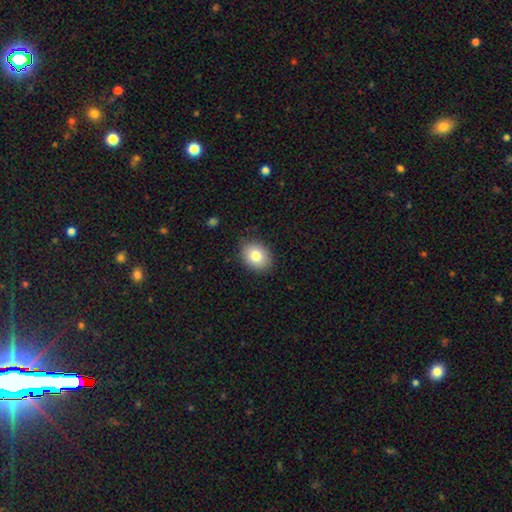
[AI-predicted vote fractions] smooth_or_featured: smooth (p=0.80) [alt: featured or disk p=0.11]
how_rounded: in between (p=0.57) [alt: round p=0.43]
merging: none (p=0.87) [alt: minor disturbance p=0.10]